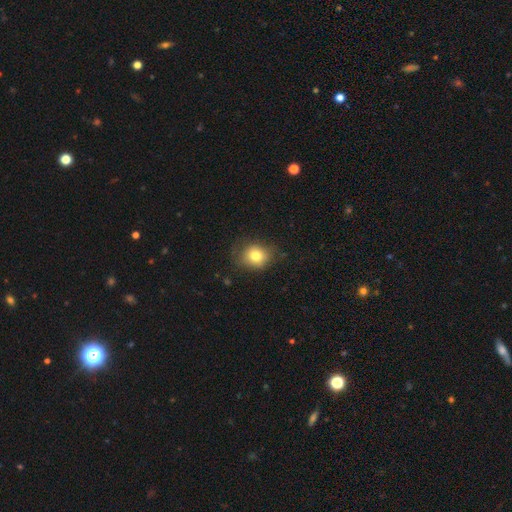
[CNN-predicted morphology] type=smooth (80%); roundness=round (68%); merging=none (74%).